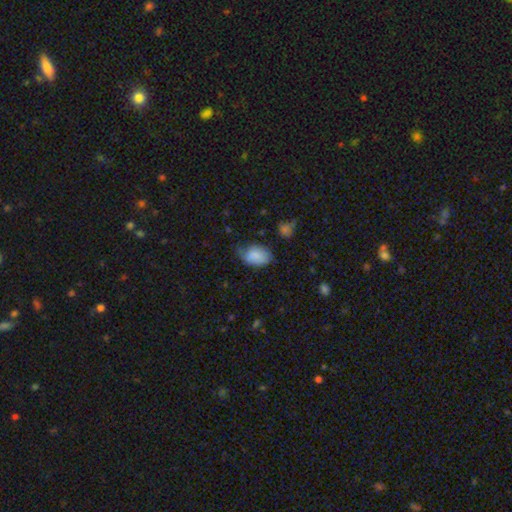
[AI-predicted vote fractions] smooth-or-featured: smooth: 84% | featured or disk: 9% | star or artifact: 7%
  how-rounded: in between: 86% | round: 13% | cigar-shaped: 1%
  merging: none: 49% | minor disturbance: 38% | major disturbance: 11% | merger: 2%